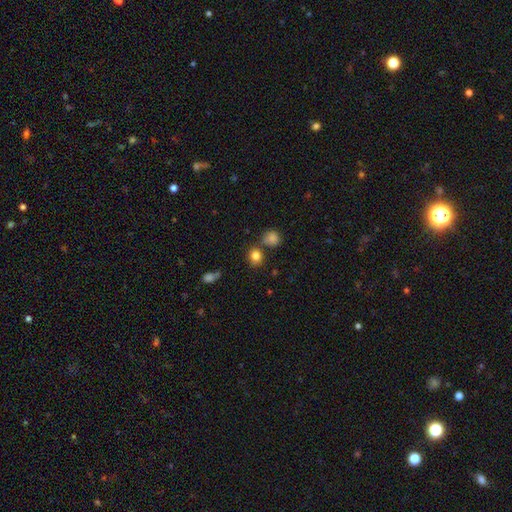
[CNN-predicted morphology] Smooth or featured? Predicted: smooth (p=0.82). How rounded? Predicted: round (p=0.75). Merging? Predicted: none (p=0.71).